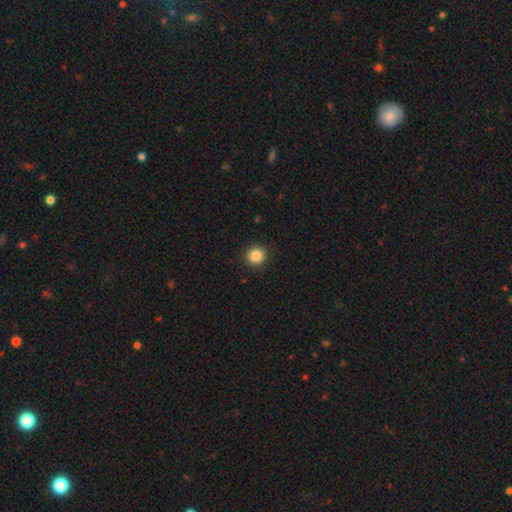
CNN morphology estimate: The model was most divided on "smooth or featured": smooth: 86%, star or artifact: 10%, featured or disk: 4%. More confident: how rounded — round (93%); merging — none (92%).